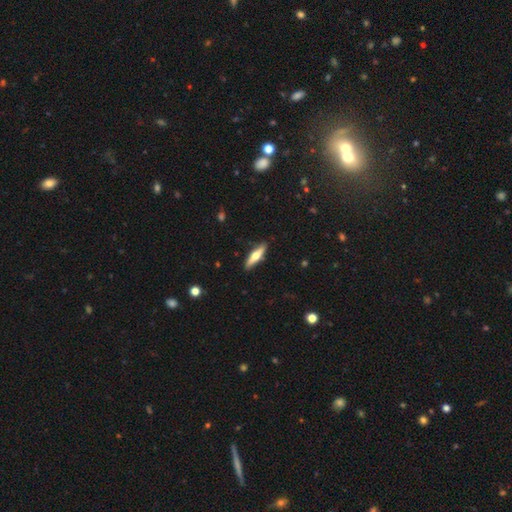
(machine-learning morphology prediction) Q: Smooth or featured?
A: featured or disk (48%); runner-up: smooth (47%)
Q: Merging?
A: none (88%); runner-up: minor disturbance (9%)